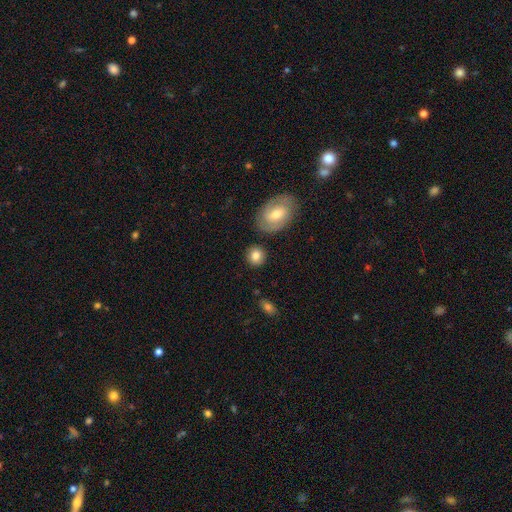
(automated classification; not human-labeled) smooth_or_featured: smooth (p=0.82) [alt: featured or disk p=0.10]
how_rounded: round (p=0.82) [alt: in between p=0.17]
merging: none (p=0.84) [alt: minor disturbance p=0.09]